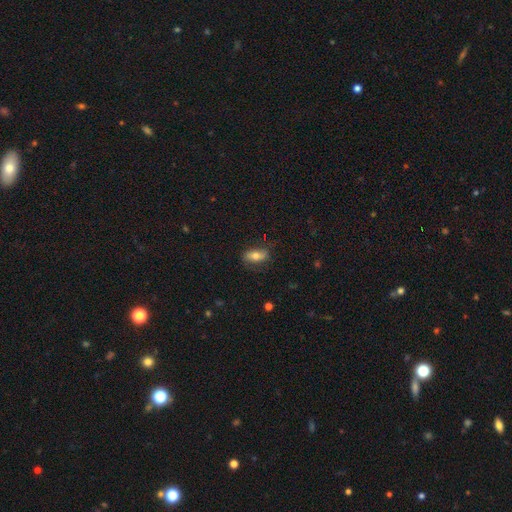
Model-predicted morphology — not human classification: This is likely a smooth galaxy (67%). How rounded: clearly in between (81%). Merging: likely none (73%).